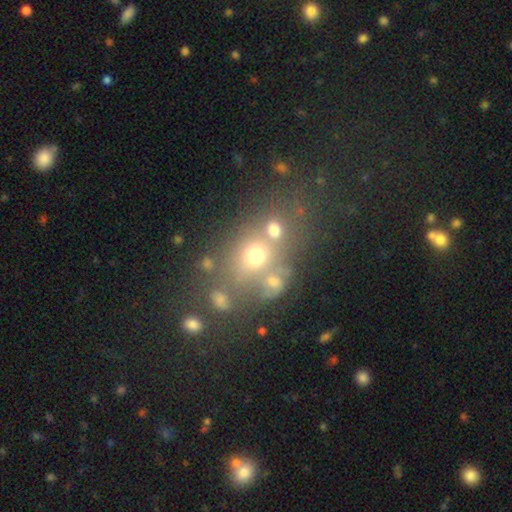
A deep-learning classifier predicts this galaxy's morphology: type=smooth (49%); merging=none (49%).